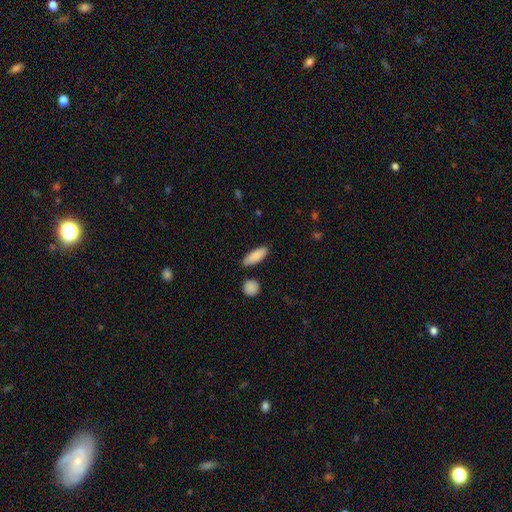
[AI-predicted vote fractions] Smooth or featured?
  - smooth: 87% *
  - featured or disk: 7%
  - star or artifact: 6%
How rounded?
  - in between: 65% *
  - cigar-shaped: 33%
  - round: 2%
Merging?
  - none: 82% *
  - minor disturbance: 12%
  - merger: 4%
  - major disturbance: 3%